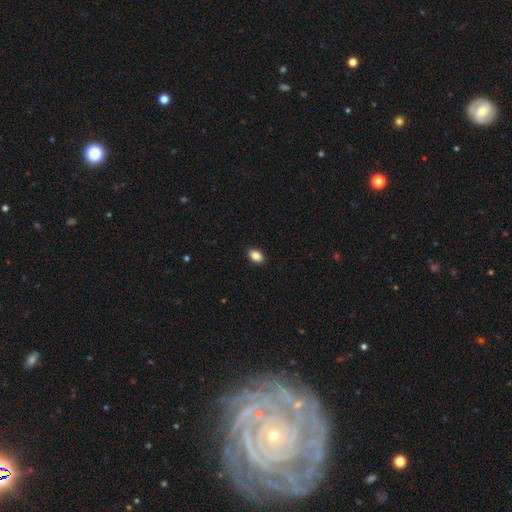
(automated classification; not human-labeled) smooth_or_featured: smooth (p=0.88) [alt: star or artifact p=0.08]
how_rounded: in between (p=0.88) [alt: round p=0.11]
merging: none (p=0.91) [alt: minor disturbance p=0.07]